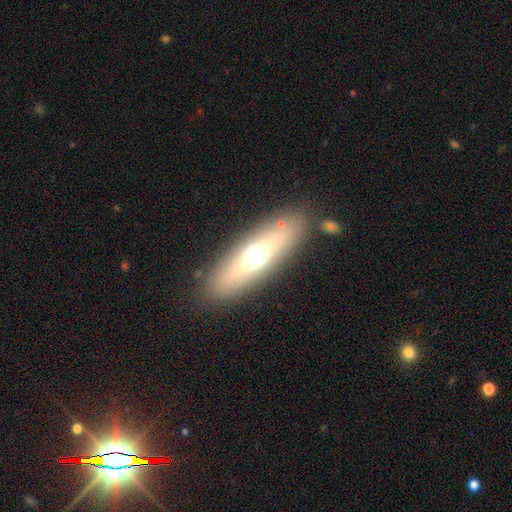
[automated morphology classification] smooth_or_featured: smooth (p=0.55) [alt: featured or disk p=0.35]
how_rounded: in between (p=0.50) [alt: cigar-shaped p=0.46]
merging: none (p=0.85) [alt: minor disturbance p=0.08]